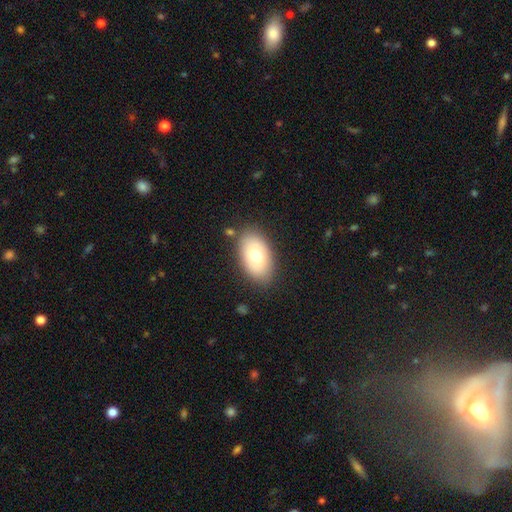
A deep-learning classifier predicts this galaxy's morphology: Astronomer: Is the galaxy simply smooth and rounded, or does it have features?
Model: smooth — 73%.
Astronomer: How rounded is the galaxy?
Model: in between — 93%.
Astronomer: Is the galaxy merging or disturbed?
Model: none — 83%.